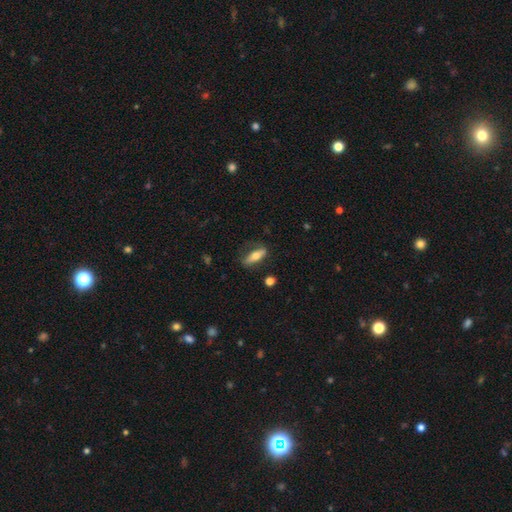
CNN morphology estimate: smooth 57%, featured or disk 37%, star or artifact 6%. Down the decision tree: how rounded — in between (51%); merging — none (70%).